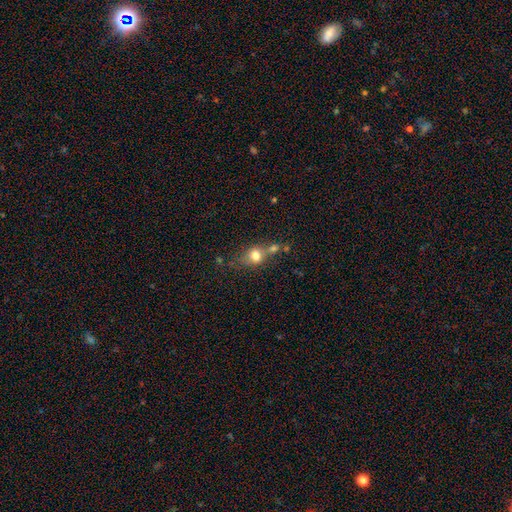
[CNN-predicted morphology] This is likely a smooth galaxy (74%). How rounded: possibly round (53%). Merging: marginally merger (40%).